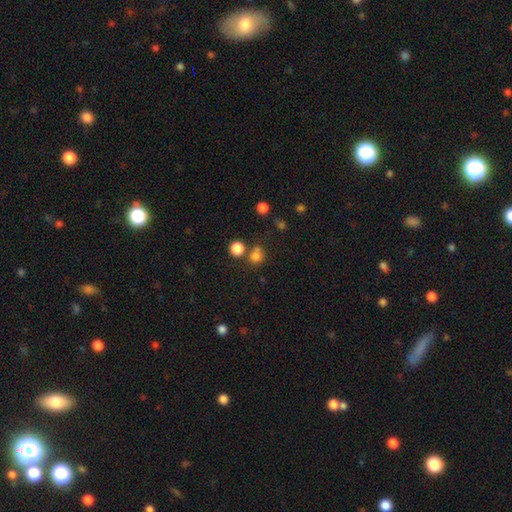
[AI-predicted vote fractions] smooth-or-featured: smooth: 77% | star or artifact: 17% | featured or disk: 6%
  how-rounded: round: 82% | in between: 17% | cigar-shaped: 1%
  merging: none: 62% | merger: 22% | minor disturbance: 11% | major disturbance: 5%